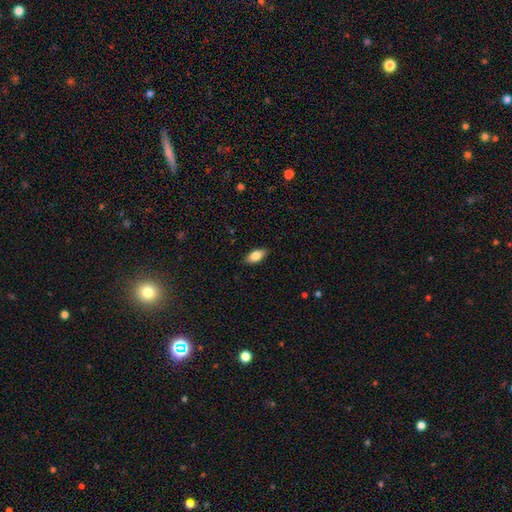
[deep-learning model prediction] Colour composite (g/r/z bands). It shows a smooth galaxy with no disk features (83%) that is in between round and cigar-shaped (90%). Merging: none (87%).